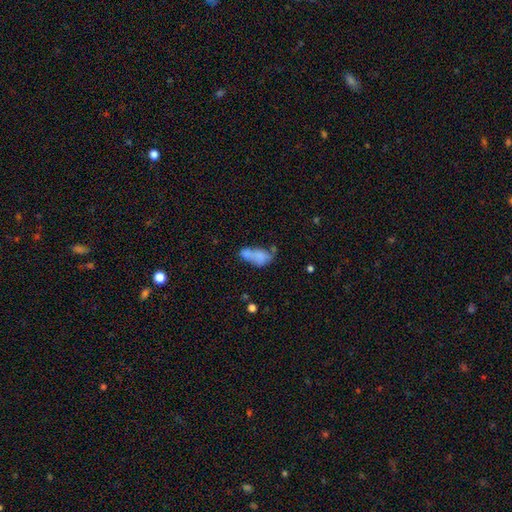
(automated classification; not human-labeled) smooth_or_featured: smooth (p=0.64) [alt: featured or disk p=0.24]
how_rounded: in between (p=0.82) [alt: cigar-shaped p=0.11]
merging: merger (p=0.44) [alt: none p=0.24]